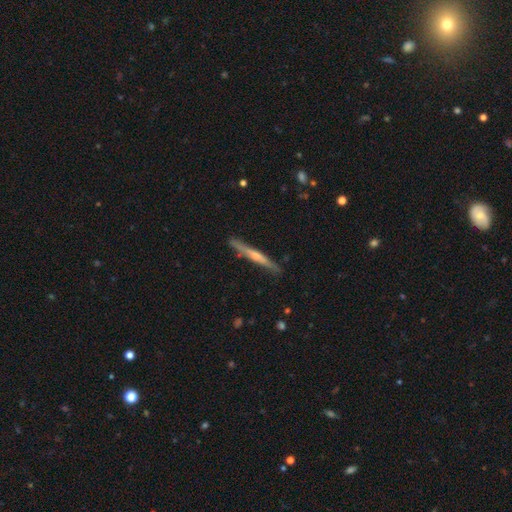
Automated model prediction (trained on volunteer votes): A featured or disk galaxy (58%) viewed edge-on (97%) with a rounded central bulge (49%). Merging: none (87%).